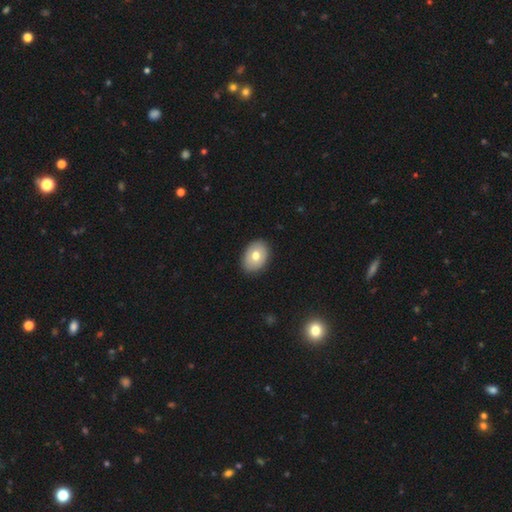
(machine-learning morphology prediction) Smooth or featured? smooth (72%)
How rounded? in between (76%)
Merging? none (89%)